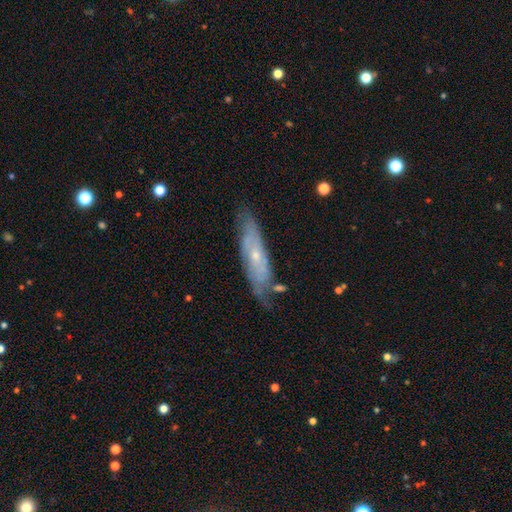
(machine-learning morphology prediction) A featured or disk galaxy (68%).

Vote fractions:
- Smooth or featured? featured or disk: 68% / smooth: 25% / star or artifact: 7%
- Edge-on disk? no: 64% / yes: 36%
- Merging? none: 69% / minor disturbance: 22% / major disturbance: 6% / merger: 3%